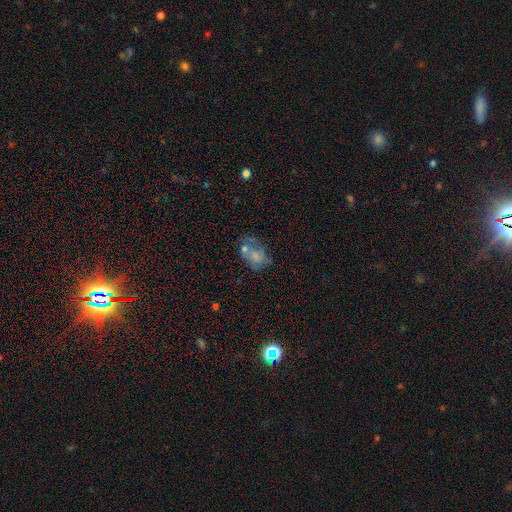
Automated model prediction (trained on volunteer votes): Smooth or featured? smooth (51%)
How rounded? in between (73%)
Merging? none (34%)